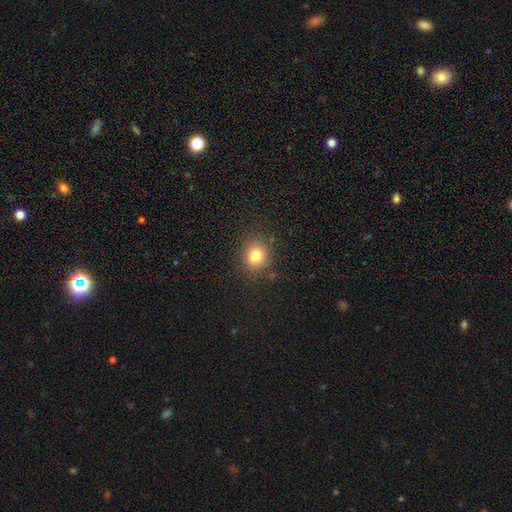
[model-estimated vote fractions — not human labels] smooth 80%, star or artifact 13%, featured or disk 7%. Down the decision tree: how rounded — round (65%); merging — none (80%).